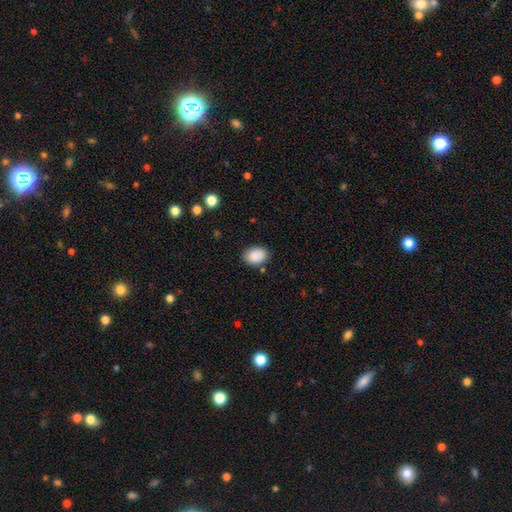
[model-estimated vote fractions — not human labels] smooth 88%, star or artifact 7%, featured or disk 5%. Down the decision tree: how rounded — in between (77%); merging — none (81%).